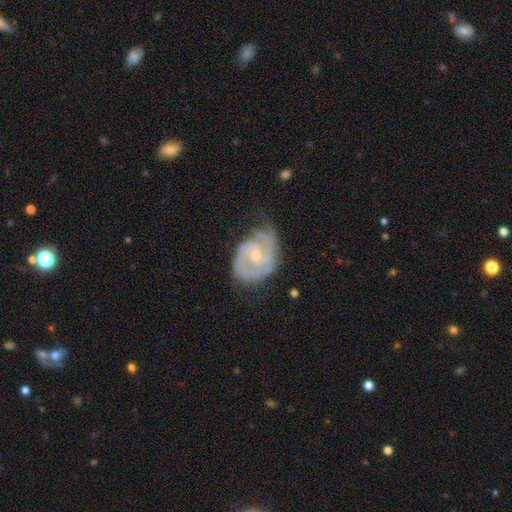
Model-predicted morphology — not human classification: Smooth or featured: featured or disk — 86% (smooth — 9%)
Edge-on disk: no — 98% (yes — 2%)
Bar: no — 51% (weak — 42%)
Spiral arms: yes — 96% (no — 4%)
Spiral winding: tight — 52% (medium — 38%)
Spiral arm count: 2 — 58% (can't tell — 16%)
Bulge size: small — 64% (moderate — 31%)
Merging: none — 48% (minor disturbance — 33%)